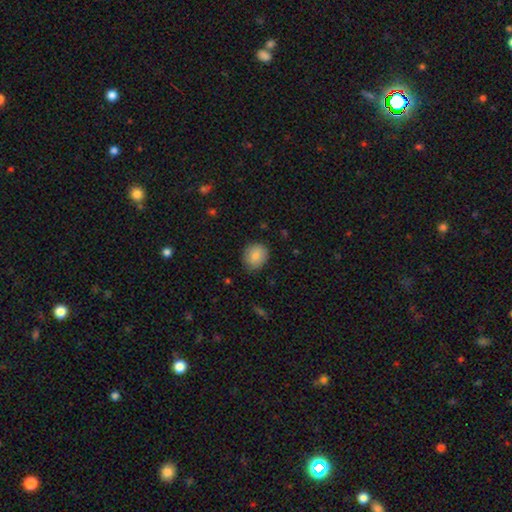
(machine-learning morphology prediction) This is clearly a smooth galaxy (83%). How rounded: likely round (66%). Merging: clearly none (82%).